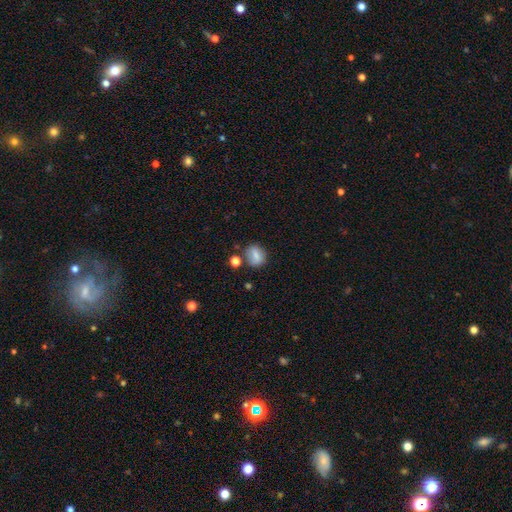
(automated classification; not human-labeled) Smooth or featured: smooth — 74% (featured or disk — 15%)
How rounded: round — 59% (in between — 39%)
Merging: none — 71% (minor disturbance — 14%)